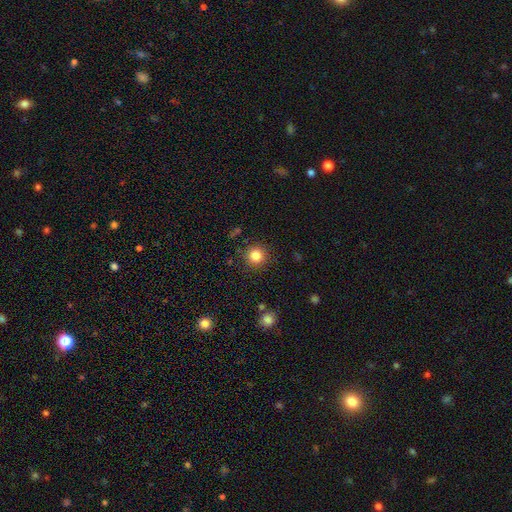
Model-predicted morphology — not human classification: The model was most divided on "smooth or featured": smooth: 84%, star or artifact: 11%, featured or disk: 5%. More confident: how rounded — round (94%); merging — none (89%).